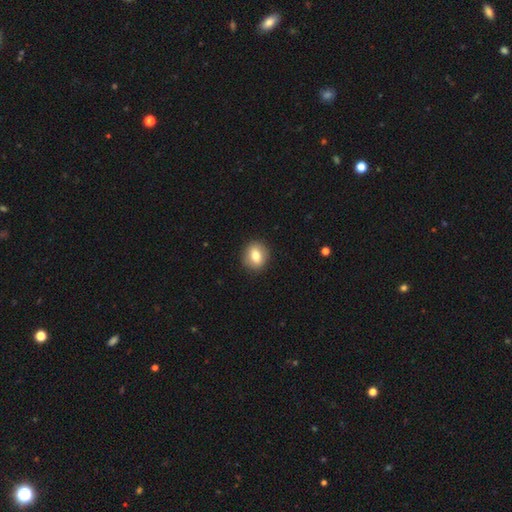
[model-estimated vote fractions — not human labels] Overall: smooth (76%). How rounded: round (71%). Merging: none (90%).